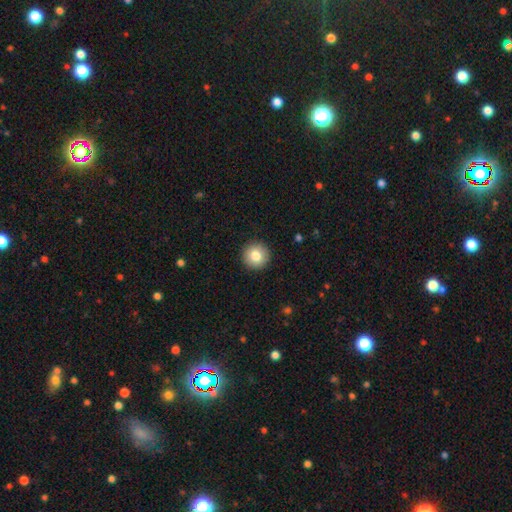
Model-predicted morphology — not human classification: Overall: smooth (82%). How rounded: round (96%). Merging: none (92%).